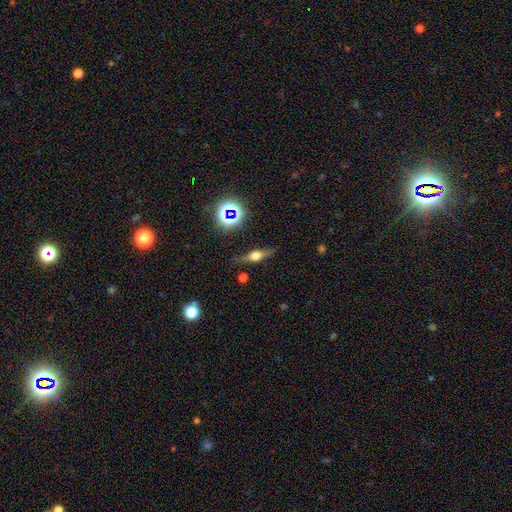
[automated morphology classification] smooth-or-featured: featured or disk: 57% | smooth: 31% | star or artifact: 12%
  disk-edge-on: yes: 93% | no: 7%
    edge-on-bulge: rounded: 91% | boxy: 7% | none: 2%
  merging: none: 82% | minor disturbance: 13% | major disturbance: 4% | merger: 2%